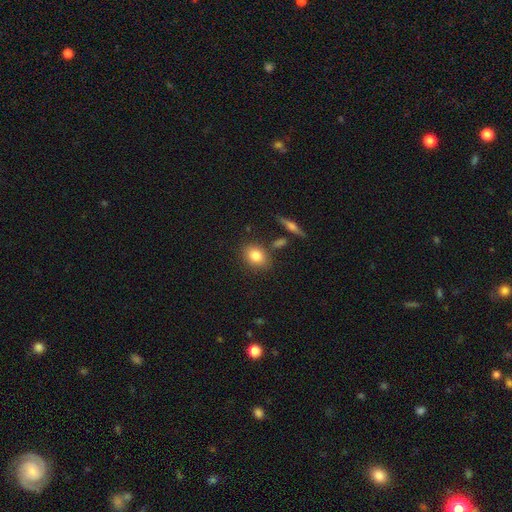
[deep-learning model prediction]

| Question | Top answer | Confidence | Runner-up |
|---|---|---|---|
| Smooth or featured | smooth | 80% | featured or disk (11%) |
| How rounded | in between | 55% | round (42%) |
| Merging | none | 78% | minor disturbance (12%) |